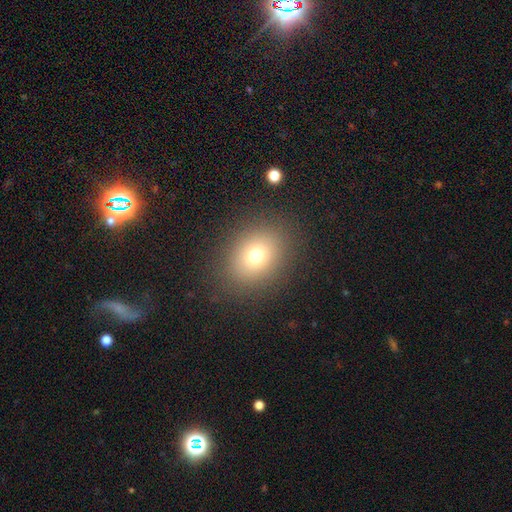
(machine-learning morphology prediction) Smooth or featured? Predicted: smooth (p=0.71). How rounded? Predicted: round (p=0.50). Merging? Predicted: none (p=0.86).